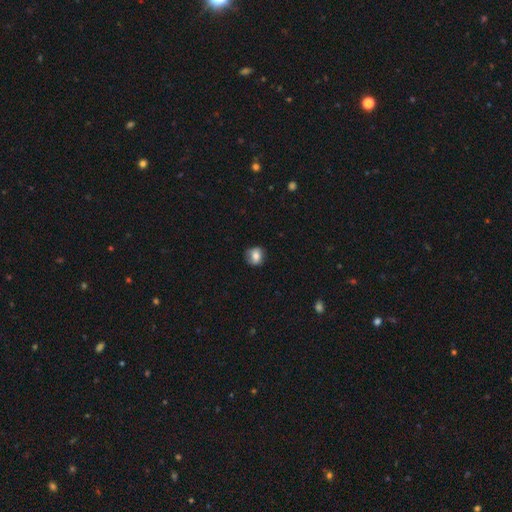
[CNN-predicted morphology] Overall: smooth (78%). How rounded: round (74%). Merging: none (76%).